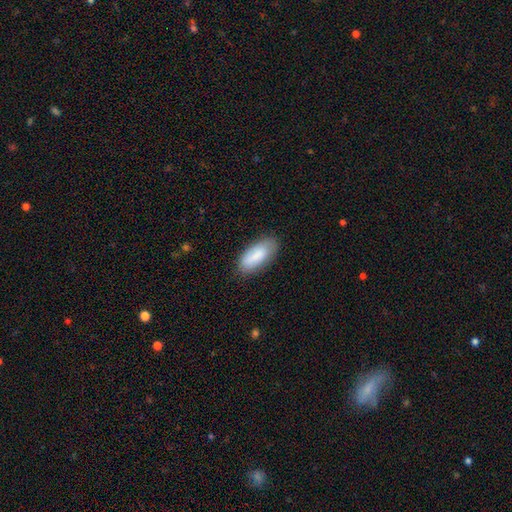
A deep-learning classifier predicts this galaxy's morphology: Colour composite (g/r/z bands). It shows a smooth galaxy with no disk features (81%) that is in between round and cigar-shaped (87%). Merging: none (77%).